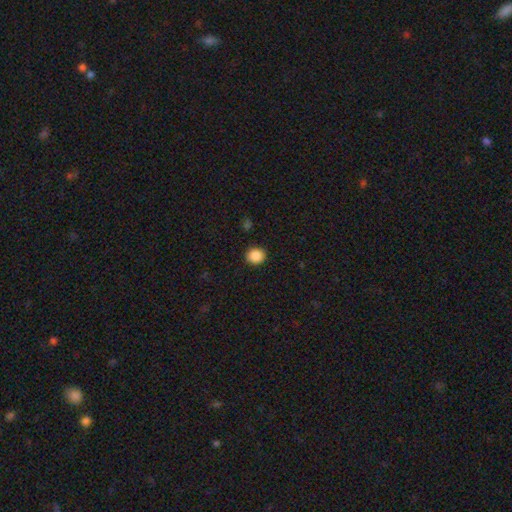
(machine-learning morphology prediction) Smooth or featured? smooth (88%)
How rounded? round (79%)
Merging? none (91%)